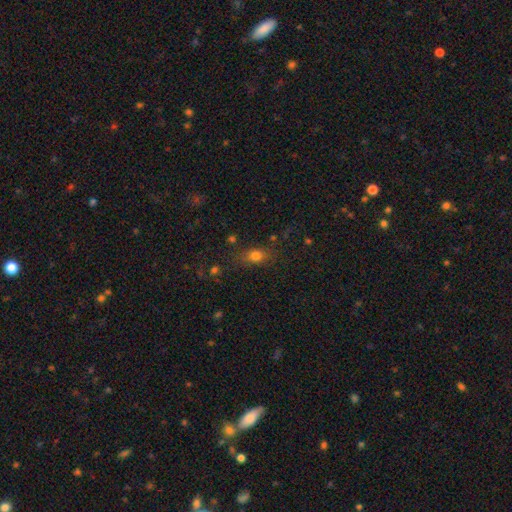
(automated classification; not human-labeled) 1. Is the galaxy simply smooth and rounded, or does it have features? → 75% smooth, 15% star or artifact, 10% featured or disk.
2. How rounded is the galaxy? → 61% in between, 33% round, 6% cigar-shaped.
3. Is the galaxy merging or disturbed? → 74% none, 16% minor disturbance, 6% major disturbance, 4% merger.